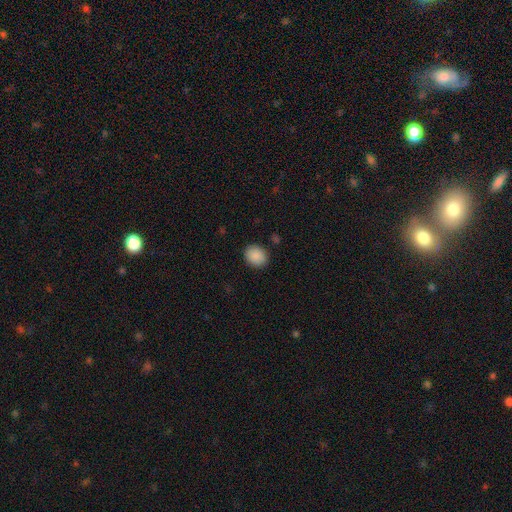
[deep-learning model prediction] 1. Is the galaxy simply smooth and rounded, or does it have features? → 89% smooth, 8% star or artifact, 3% featured or disk.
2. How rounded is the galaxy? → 59% round, 40% in between, 1% cigar-shaped.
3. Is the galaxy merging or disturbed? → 89% none, 8% minor disturbance, 2% major disturbance, 1% merger.